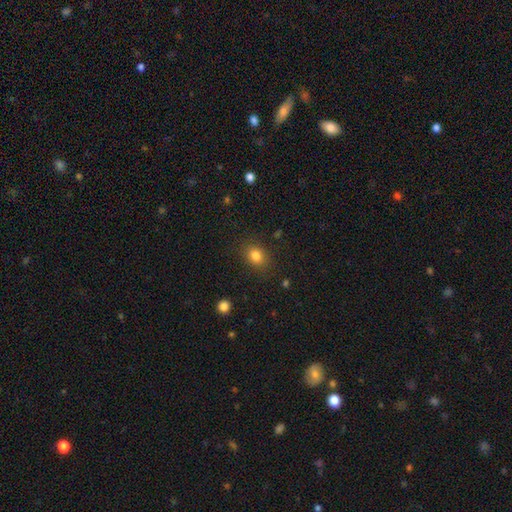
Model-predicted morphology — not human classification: Q: Smooth or featured?
A: smooth (83%); runner-up: star or artifact (11%)
Q: How rounded?
A: in between (52%); runner-up: round (47%)
Q: Merging?
A: none (84%); runner-up: minor disturbance (11%)